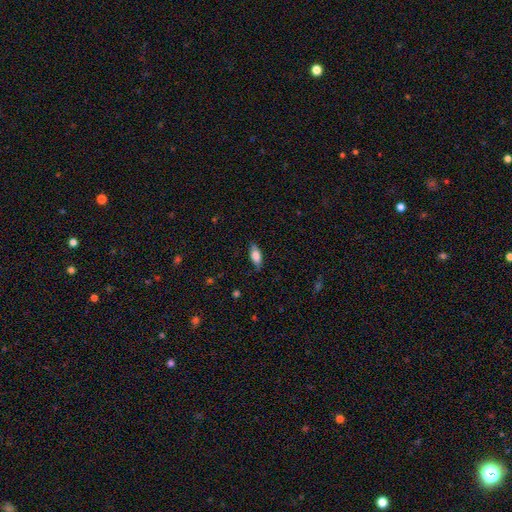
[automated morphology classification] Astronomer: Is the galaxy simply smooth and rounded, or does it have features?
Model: smooth — 75%.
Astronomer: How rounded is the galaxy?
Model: in between — 78%.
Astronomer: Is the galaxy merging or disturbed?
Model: none — 81%.